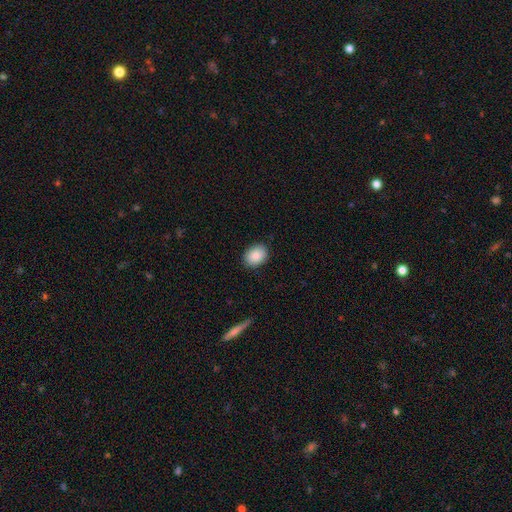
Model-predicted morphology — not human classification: Q: Smooth or featured?
A: smooth (88%); runner-up: star or artifact (7%)
Q: How rounded?
A: in between (67%); runner-up: round (32%)
Q: Merging?
A: none (87%); runner-up: minor disturbance (10%)